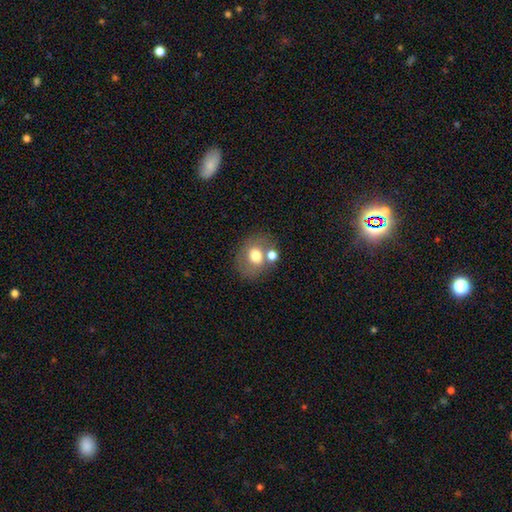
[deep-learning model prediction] Smooth or featured?
  - smooth: 68% *
  - featured or disk: 21%
  - star or artifact: 10%
How rounded?
  - round: 58% *
  - in between: 42%
  - cigar-shaped: 1%
Merging?
  - none: 60% *
  - merger: 22%
  - minor disturbance: 13%
  - major disturbance: 5%